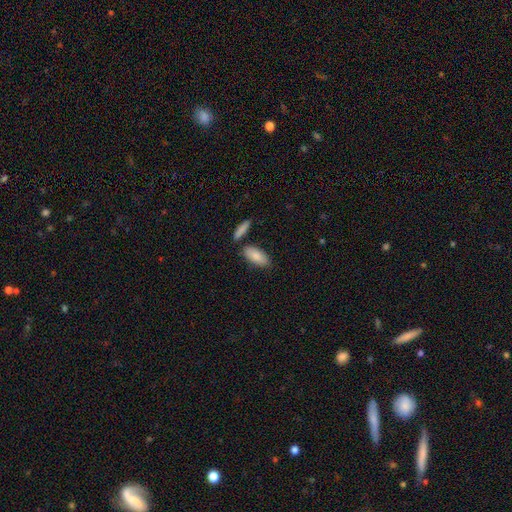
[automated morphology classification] smooth 86%, featured or disk 8%, star or artifact 5%. Down the decision tree: how rounded — in between (86%); merging — none (74%).